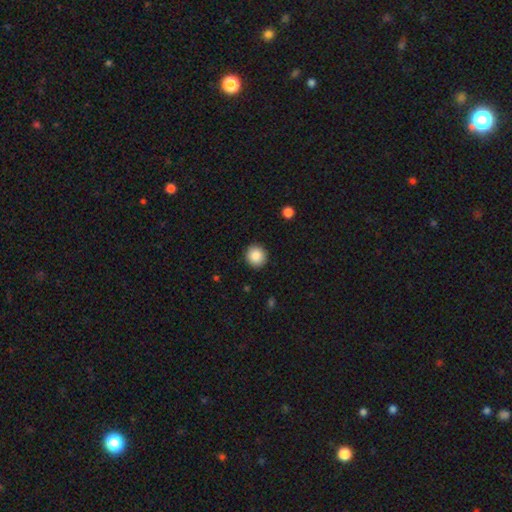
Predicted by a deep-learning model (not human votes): This appears to be a smooth galaxy with no disk features (87%) that is round (91%). Merging: none (91%).